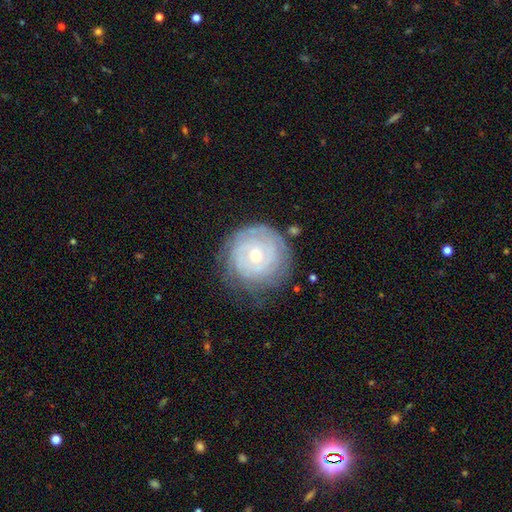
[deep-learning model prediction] A featured or disk galaxy (73%) with no bar (77%), tight (84%) spiral arms (85%) and a small central bulge (57%). Merging: none (73%).